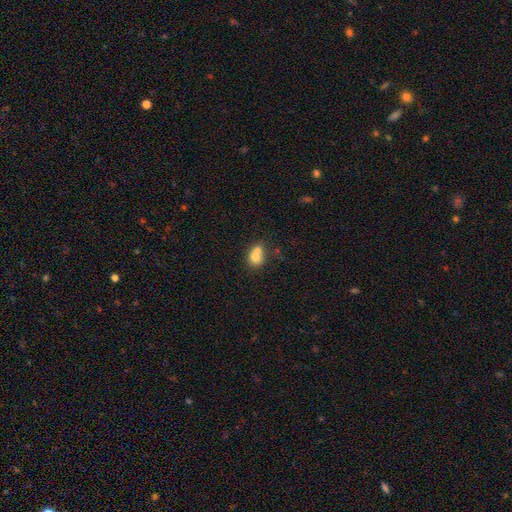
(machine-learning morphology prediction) A smooth galaxy with no disk features (72%) that is round (63%). Merging: merger (60%).